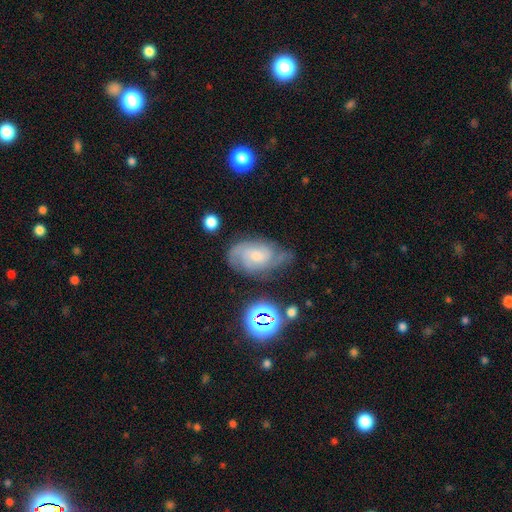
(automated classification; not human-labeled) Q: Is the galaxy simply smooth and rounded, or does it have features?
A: featured or disk — 73%.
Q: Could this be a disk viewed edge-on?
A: no — 96%.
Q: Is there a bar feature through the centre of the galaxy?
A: no — 60%.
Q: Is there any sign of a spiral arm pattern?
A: yes — 94%.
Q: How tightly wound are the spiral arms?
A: tight — 45%.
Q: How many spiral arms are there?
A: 2 — 40%.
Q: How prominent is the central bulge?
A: small — 44%.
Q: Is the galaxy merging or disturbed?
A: none — 59%.